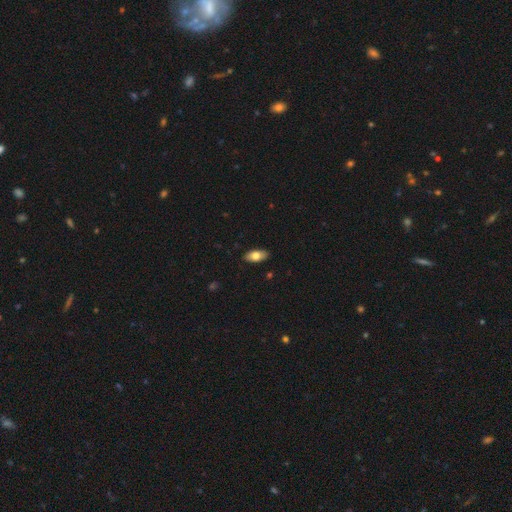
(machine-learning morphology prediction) A smooth galaxy with no disk features (78%) that is in between round and cigar-shaped (90%). Merging: none (88%).